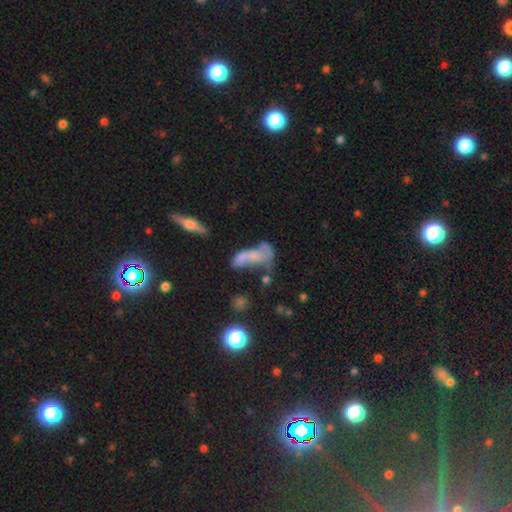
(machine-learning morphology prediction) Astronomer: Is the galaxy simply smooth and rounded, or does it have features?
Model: featured or disk — 42% (runner-up: smooth, 41%).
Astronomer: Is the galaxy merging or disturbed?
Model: merger — 36% (runner-up: major disturbance, 29%).